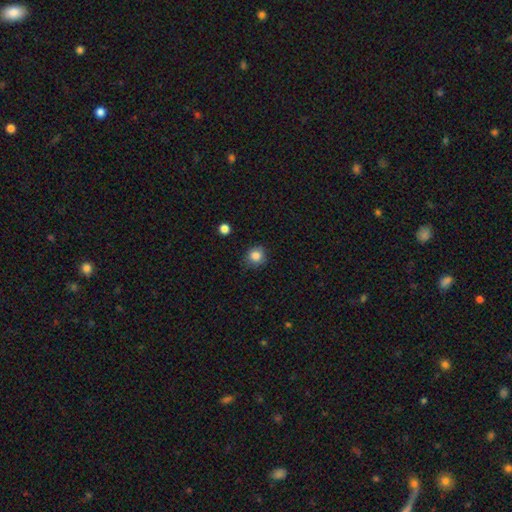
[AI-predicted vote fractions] Q: Smooth or featured?
A: smooth (84%); runner-up: star or artifact (11%)
Q: How rounded?
A: round (87%); runner-up: in between (12%)
Q: Merging?
A: none (84%); runner-up: minor disturbance (12%)